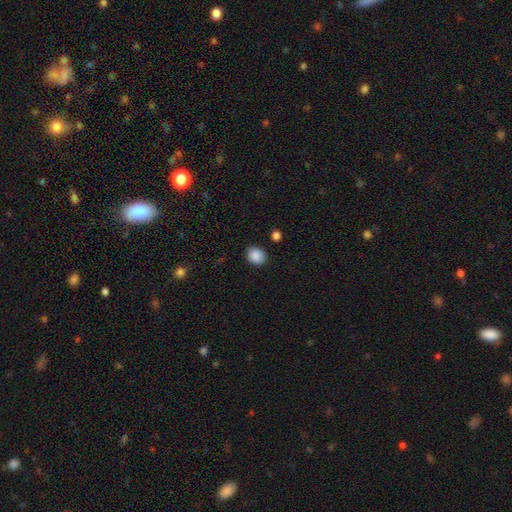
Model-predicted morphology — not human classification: Smooth or featured? smooth (88%)
How rounded? round (63%)
Merging? none (88%)